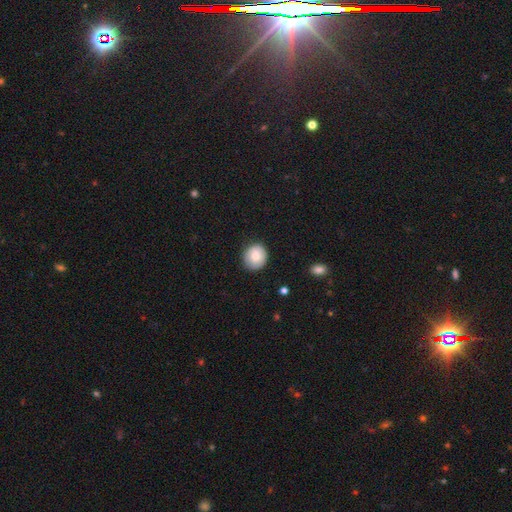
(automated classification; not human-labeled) Morphology: type=smooth (81%); roundness=round (79%); merging=none (83%).